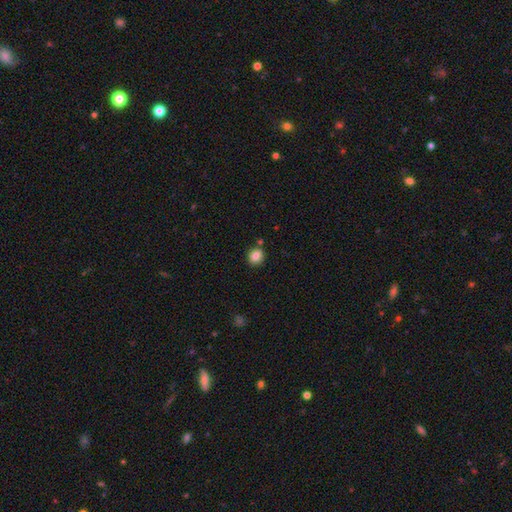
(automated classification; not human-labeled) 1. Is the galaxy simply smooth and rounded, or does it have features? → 84% smooth, 10% star or artifact, 6% featured or disk.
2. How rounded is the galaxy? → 73% round, 26% in between, 1% cigar-shaped.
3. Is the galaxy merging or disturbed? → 80% none, 10% minor disturbance, 7% merger, 3% major disturbance.